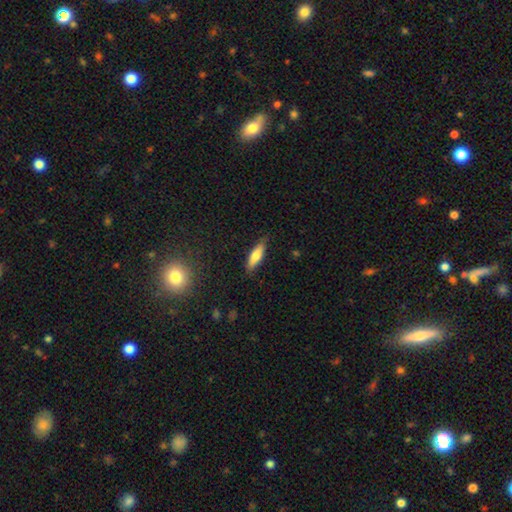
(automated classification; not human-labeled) Q: Smooth or featured?
A: smooth (75%); runner-up: featured or disk (18%)
Q: How rounded?
A: cigar-shaped (52%); runner-up: in between (46%)
Q: Merging?
A: none (81%); runner-up: minor disturbance (15%)